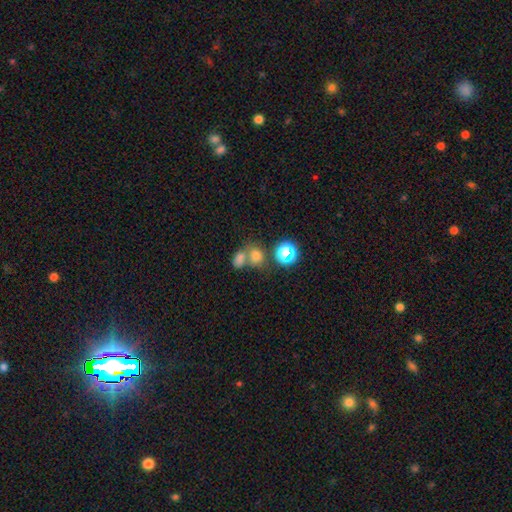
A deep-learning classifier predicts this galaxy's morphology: Q: Smooth or featured?
A: smooth (69%); runner-up: star or artifact (21%)
Q: How rounded?
A: round (57%); runner-up: in between (42%)
Q: Merging?
A: merger (47%); runner-up: none (40%)